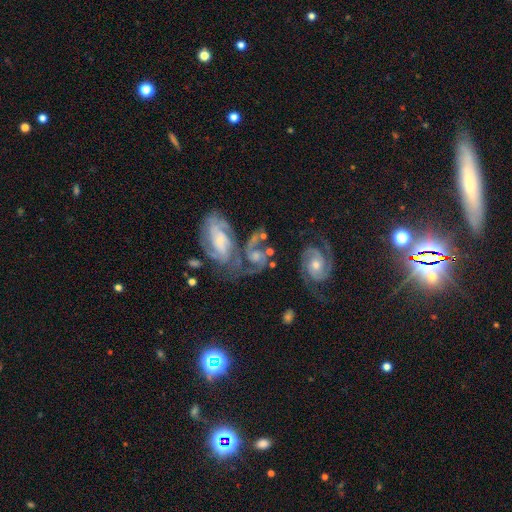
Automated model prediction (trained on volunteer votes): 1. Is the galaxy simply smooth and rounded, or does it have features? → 80% featured or disk, 12% smooth, 8% star or artifact.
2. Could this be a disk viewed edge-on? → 96% no, 4% yes.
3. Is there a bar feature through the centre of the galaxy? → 57% no, 33% weak, 10% strong.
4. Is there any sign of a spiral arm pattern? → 94% yes, 6% no.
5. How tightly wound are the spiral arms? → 51% medium, 25% tight, 24% loose.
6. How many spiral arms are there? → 72% 2, 10% can't tell, 8% 3, 5% 1, 3% 4, 3% more than 4.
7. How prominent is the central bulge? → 40% small, 39% moderate, 10% none, 9% large, 2% dominant.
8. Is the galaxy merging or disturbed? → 49% merger, 26% none, 14% major disturbance, 12% minor disturbance.